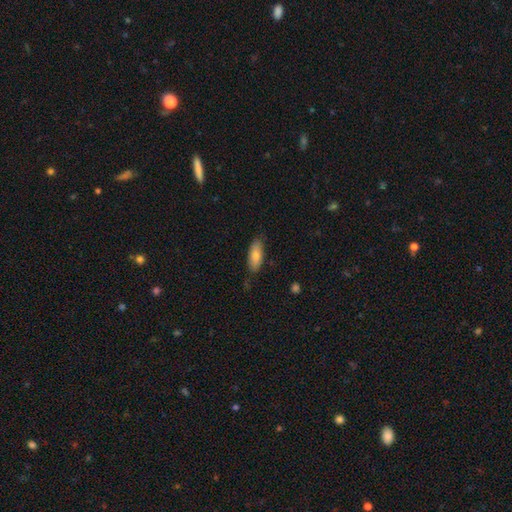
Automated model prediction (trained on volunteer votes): smooth-or-featured: smooth: 79% | featured or disk: 15% | star or artifact: 6%
  how-rounded: in between: 77% | cigar-shaped: 21% | round: 2%
  merging: none: 79% | minor disturbance: 17% | major disturbance: 3% | merger: 2%